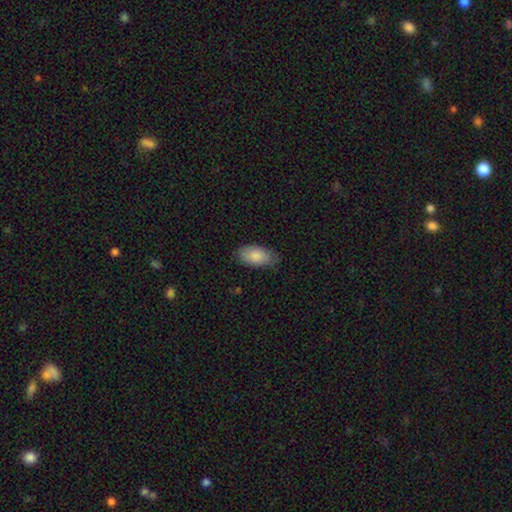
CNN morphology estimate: A smooth galaxy with no disk features (86%) that is in between round and cigar-shaped (94%).

Vote fractions:
- Smooth or featured? smooth: 86% / featured or disk: 8% / star or artifact: 6%
- How rounded? in between: 94% / round: 3% / cigar-shaped: 3%
- Merging? none: 79% / minor disturbance: 17% / major disturbance: 3% / merger: 1%